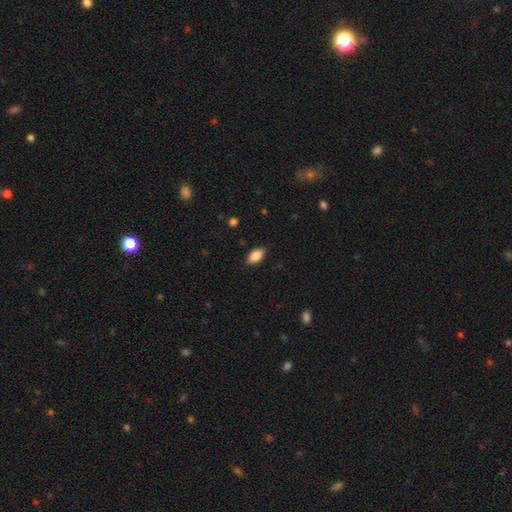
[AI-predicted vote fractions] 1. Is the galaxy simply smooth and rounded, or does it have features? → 84% smooth, 8% featured or disk, 7% star or artifact.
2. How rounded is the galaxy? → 92% in between, 5% round, 3% cigar-shaped.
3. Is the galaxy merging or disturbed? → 87% none, 10% minor disturbance, 2% major disturbance, 1% merger.